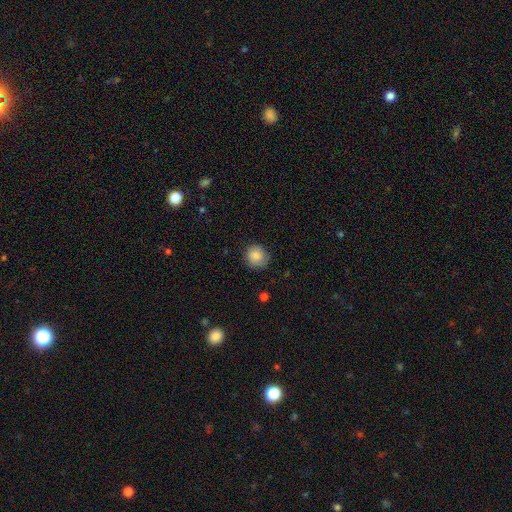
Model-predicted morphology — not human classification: smooth-or-featured: smooth: 84% | star or artifact: 8% | featured or disk: 8%
  how-rounded: round: 87% | in between: 12% | cigar-shaped: 1%
  merging: none: 81% | minor disturbance: 15% | major disturbance: 3% | merger: 1%